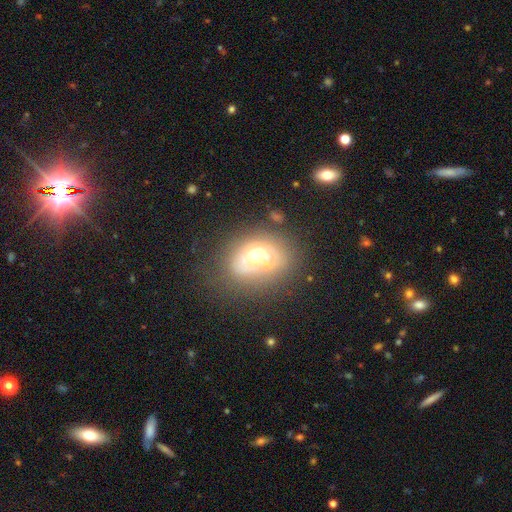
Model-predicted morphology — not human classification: Smooth or featured?
  - featured or disk: 53% *
  - smooth: 35%
  - star or artifact: 12%
Edge-on disk?
  - no: 93% *
  - yes: 7%
Merging?
  - none: 55% *
  - minor disturbance: 24%
  - major disturbance: 15%
  - merger: 6%